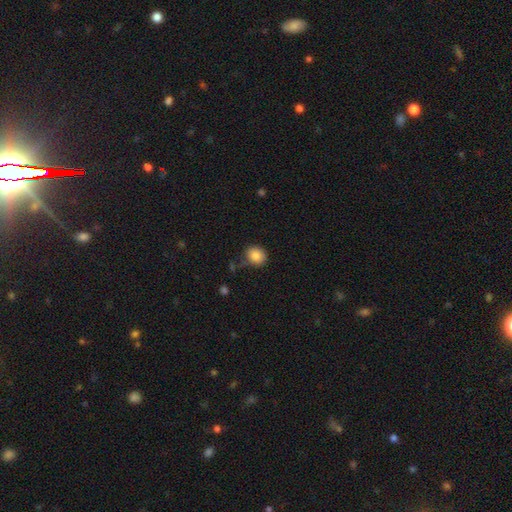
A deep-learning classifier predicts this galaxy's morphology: A smooth galaxy with no disk features (86%) that is round (65%). Merging: none (79%).